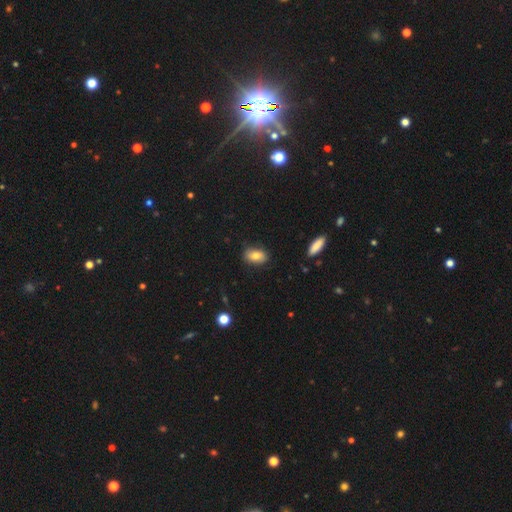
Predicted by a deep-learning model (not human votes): A smooth galaxy with no disk features (79%) that is in between round and cigar-shaped (88%).

Vote fractions:
- Smooth or featured? smooth: 79% / featured or disk: 13% / star or artifact: 8%
- How rounded? in between: 88% / round: 9% / cigar-shaped: 3%
- Merging? none: 82% / minor disturbance: 14% / major disturbance: 3% / merger: 1%